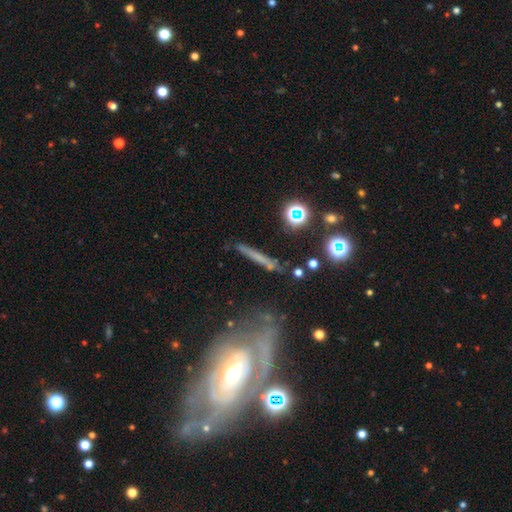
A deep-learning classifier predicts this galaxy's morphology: A smooth galaxy with no disk features (49%).

Vote fractions:
- Smooth or featured? smooth: 49% / featured or disk: 38% / star or artifact: 13%
- Merging? none: 72% / minor disturbance: 14% / merger: 7% / major disturbance: 6%